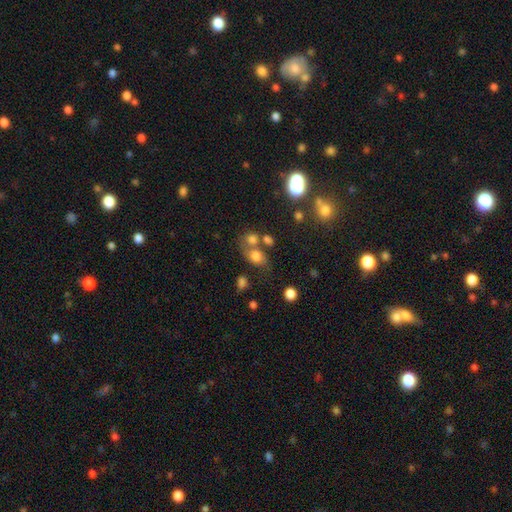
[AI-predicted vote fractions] This is likely a smooth galaxy (70%). How rounded: possibly in between (52%). Merging: marginally none (45%).